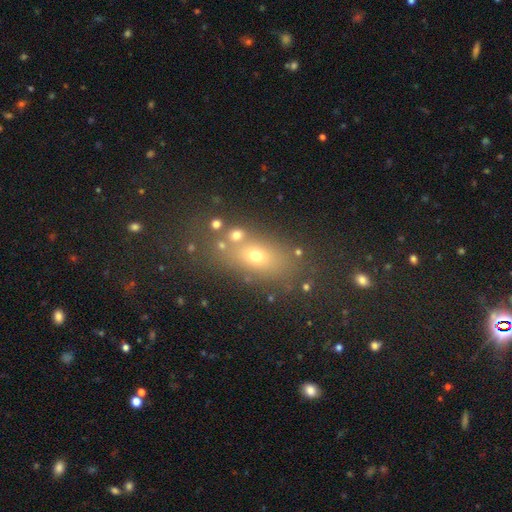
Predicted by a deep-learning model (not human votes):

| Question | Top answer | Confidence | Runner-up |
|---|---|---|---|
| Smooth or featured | smooth | 56% | star or artifact (27%) |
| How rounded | in between | 64% | round (25%) |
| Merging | none | 70% | minor disturbance (12%) |